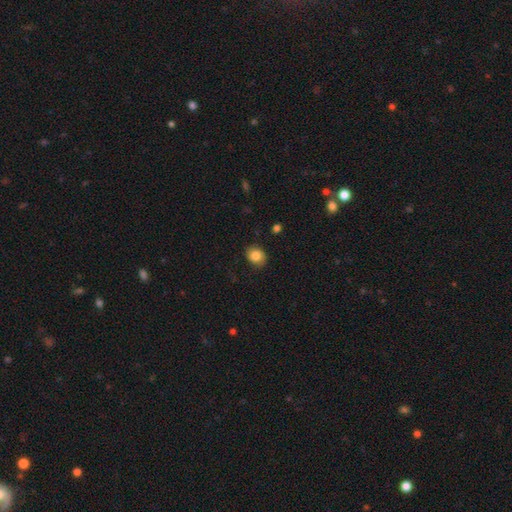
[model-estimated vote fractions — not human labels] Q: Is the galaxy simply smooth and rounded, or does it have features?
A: smooth — 81%.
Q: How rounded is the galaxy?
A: round — 61%.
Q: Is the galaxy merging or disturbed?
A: none — 80%.